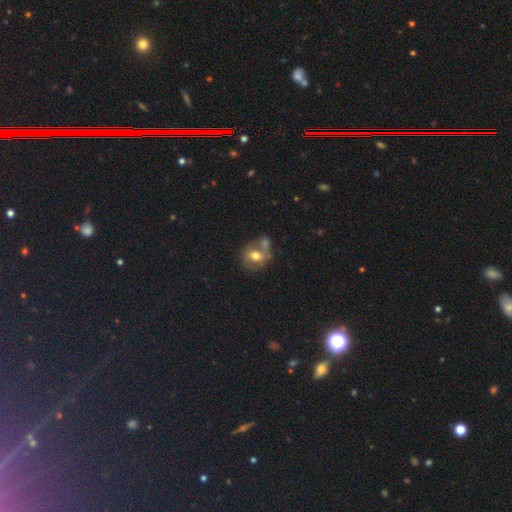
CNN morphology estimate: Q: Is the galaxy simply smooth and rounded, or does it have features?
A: smooth — 63%.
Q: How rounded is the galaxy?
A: round — 70%.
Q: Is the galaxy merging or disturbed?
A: none — 45%.